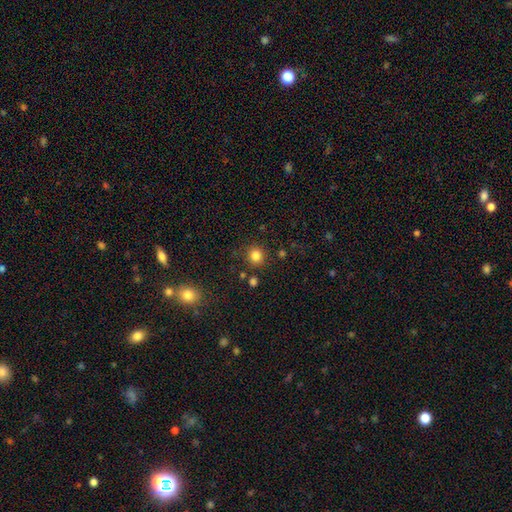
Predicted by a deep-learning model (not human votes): smooth-or-featured: smooth: 82% | star or artifact: 13% | featured or disk: 5%
  how-rounded: round: 89% | in between: 10% | cigar-shaped: 1%
  merging: none: 85% | minor disturbance: 8% | merger: 4% | major disturbance: 3%